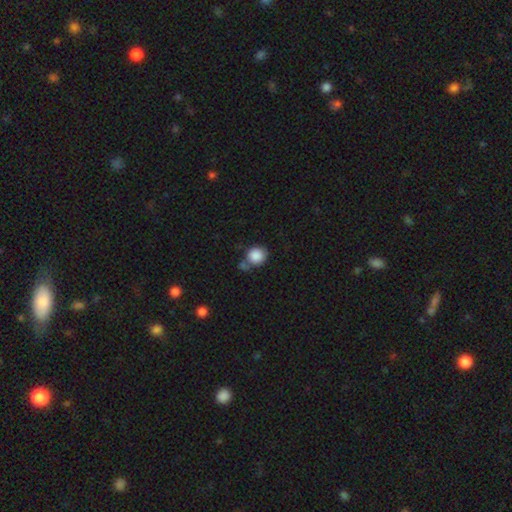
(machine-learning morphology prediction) The model was most divided on "merging": none: 54%, merger: 23%, minor disturbance: 16%, major disturbance: 6%. More confident: smooth or featured — smooth (87%); how rounded — round (83%).